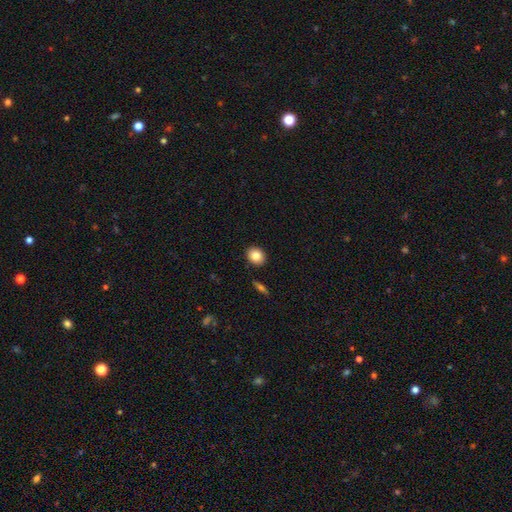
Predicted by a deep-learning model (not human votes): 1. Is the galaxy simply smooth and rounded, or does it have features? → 83% smooth, 8% star or artifact, 8% featured or disk.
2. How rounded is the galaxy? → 55% round, 43% in between, 1% cigar-shaped.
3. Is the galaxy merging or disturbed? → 89% none, 7% minor disturbance, 2% merger, 2% major disturbance.